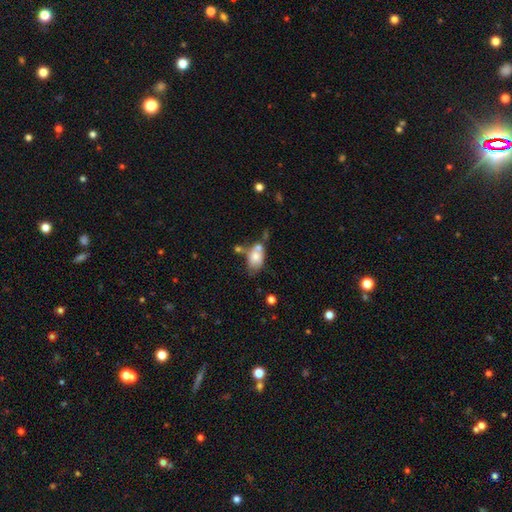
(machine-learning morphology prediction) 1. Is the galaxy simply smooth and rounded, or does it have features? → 70% smooth, 21% featured or disk, 8% star or artifact.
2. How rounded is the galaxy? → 83% in between, 15% round, 3% cigar-shaped.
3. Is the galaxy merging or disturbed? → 36% merger, 34% none, 20% minor disturbance, 9% major disturbance.